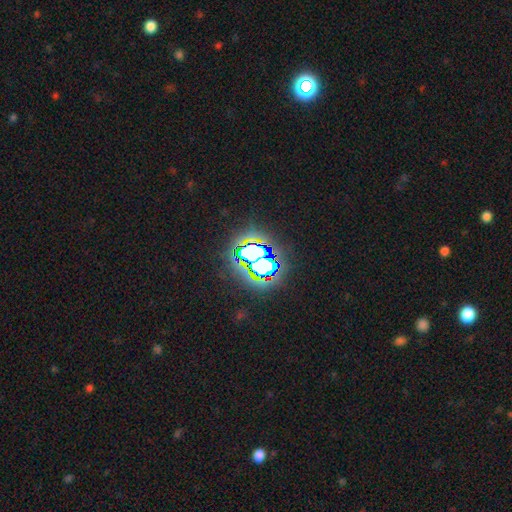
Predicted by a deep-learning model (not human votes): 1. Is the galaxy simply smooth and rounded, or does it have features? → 65% star or artifact, 18% featured or disk, 17% smooth.